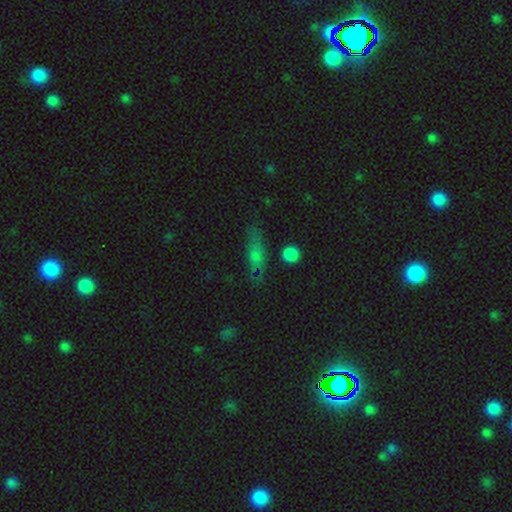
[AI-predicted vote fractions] smooth 60%, featured or disk 24%, star or artifact 16%. Down the decision tree: how rounded — cigar-shaped (51%); merging — none (72%).